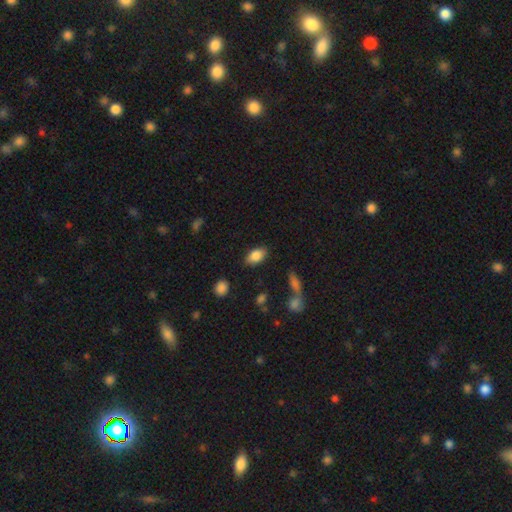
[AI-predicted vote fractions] This appears to be a smooth galaxy with no disk features (83%) that is in between round and cigar-shaped (90%). Merging: none (83%).